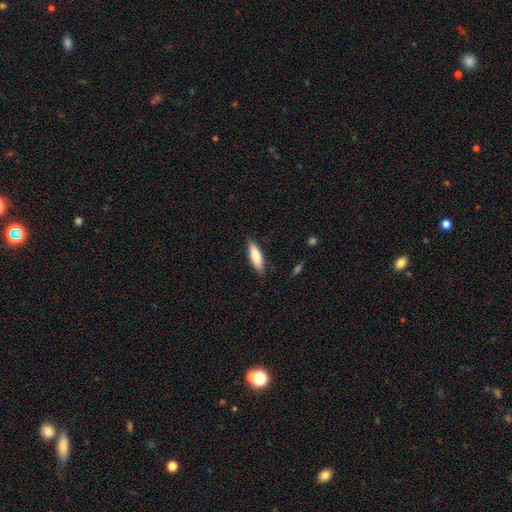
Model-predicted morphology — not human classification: Smooth or featured? Predicted: smooth (p=0.81). How rounded? Predicted: cigar-shaped (p=0.57). Merging? Predicted: none (p=0.86).